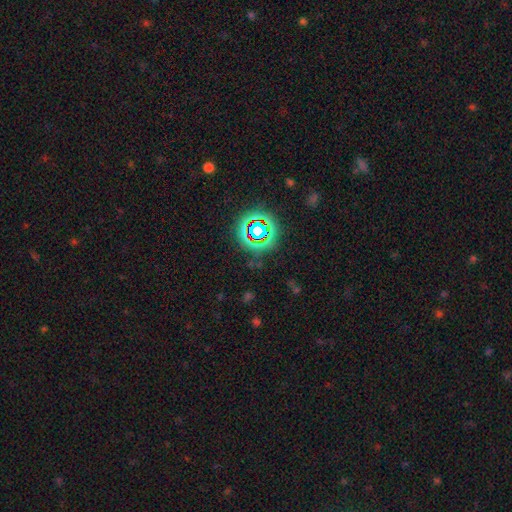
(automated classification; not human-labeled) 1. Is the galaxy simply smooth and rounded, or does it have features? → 71% star or artifact, 18% smooth, 10% featured or disk.